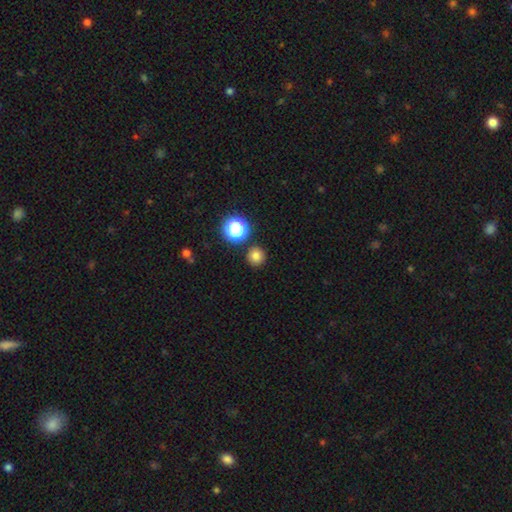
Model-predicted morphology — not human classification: Q: Smooth or featured?
A: smooth (78%); runner-up: star or artifact (16%)
Q: How rounded?
A: round (95%); runner-up: in between (4%)
Q: Merging?
A: none (89%); runner-up: minor disturbance (6%)